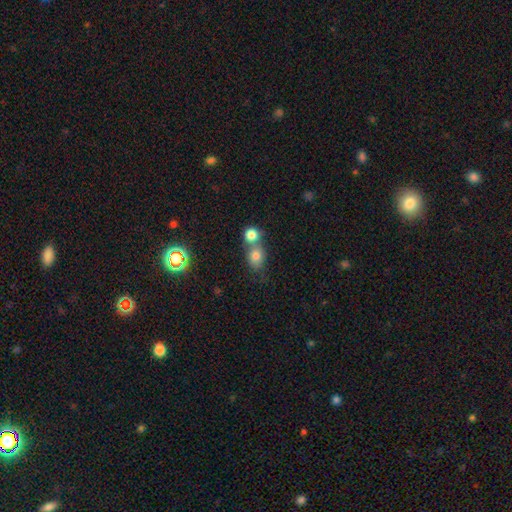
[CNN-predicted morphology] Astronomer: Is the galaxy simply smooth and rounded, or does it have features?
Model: smooth — 77%.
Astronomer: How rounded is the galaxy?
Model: round — 58% (runner-up: in between, 40%).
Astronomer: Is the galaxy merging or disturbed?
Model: merger — 55% (runner-up: none, 35%).